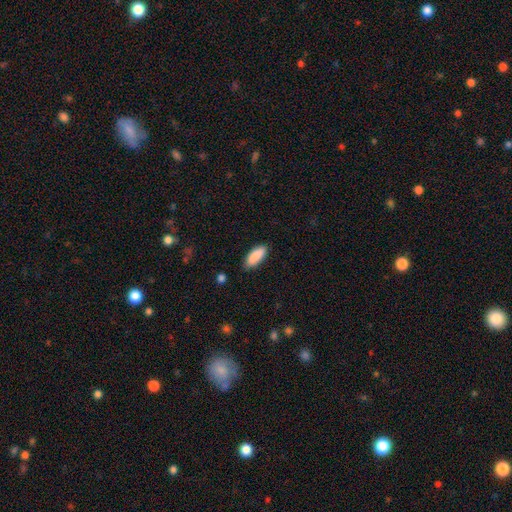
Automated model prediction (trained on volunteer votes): A smooth galaxy with no disk features (89%) that is in between round and cigar-shaped (77%). Merging: none (85%).